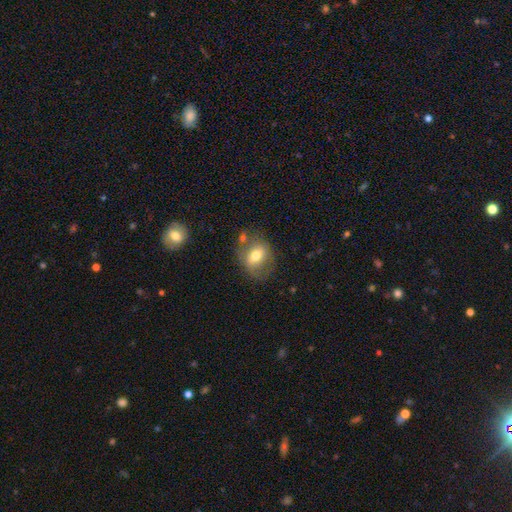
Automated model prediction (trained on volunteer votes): A smooth galaxy with no disk features (58%) that is in between round and cigar-shaped (57%). Merging: none (64%).